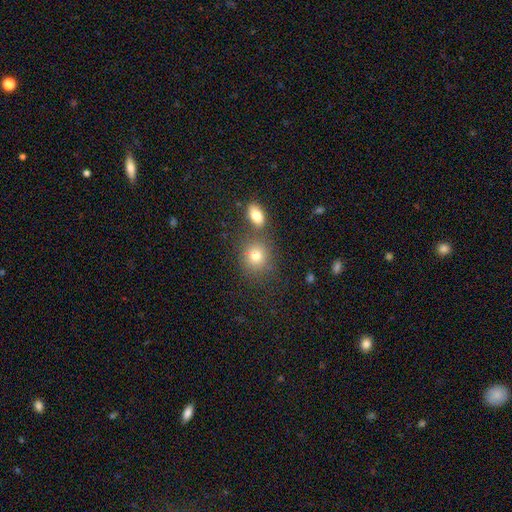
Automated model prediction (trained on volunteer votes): This is likely a smooth galaxy (77%). How rounded: likely round (78%). Merging: likely none (66%).